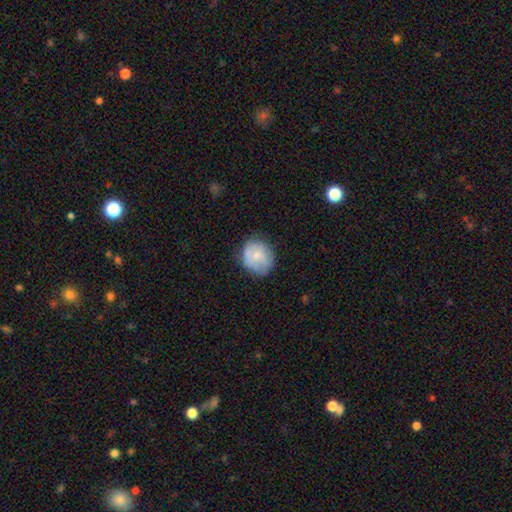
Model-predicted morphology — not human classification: A smooth galaxy with no disk features (66%) that is round (78%). Merging: none (65%).